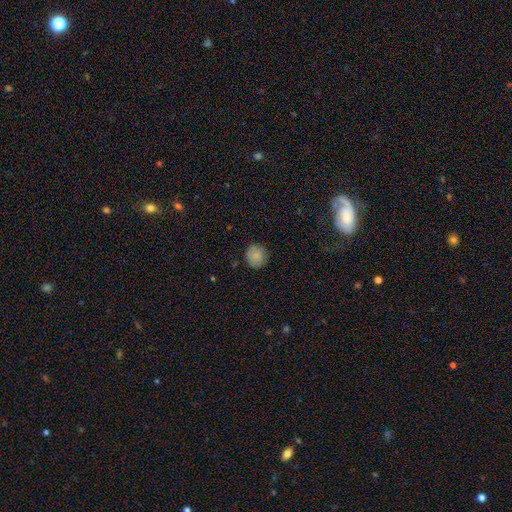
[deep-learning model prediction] A smooth galaxy with no disk features (82%) that is round (88%). Merging: none (84%).